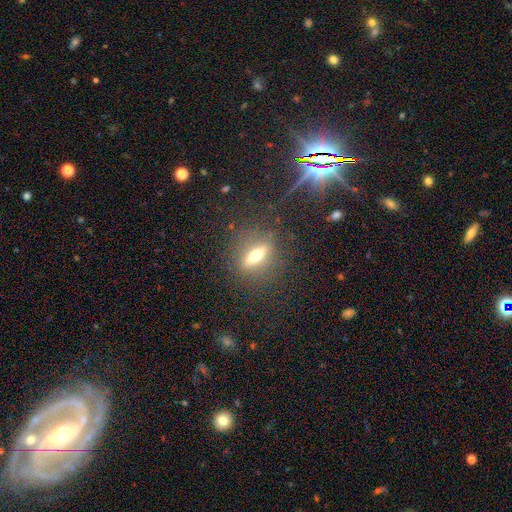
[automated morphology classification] A smooth galaxy with no disk features (43%). Merging: none (82%).